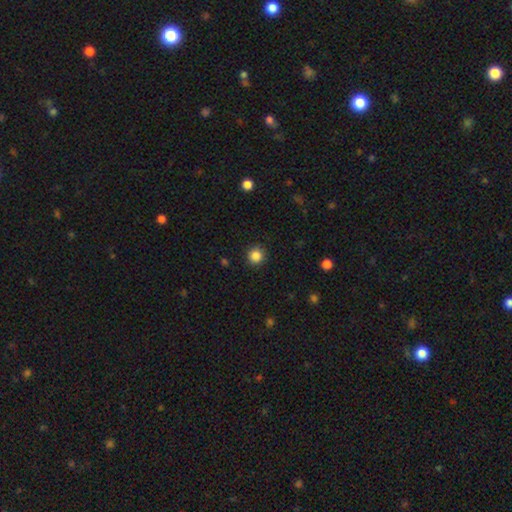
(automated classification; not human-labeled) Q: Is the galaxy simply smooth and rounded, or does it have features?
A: smooth — 86%.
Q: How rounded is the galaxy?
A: round — 95%.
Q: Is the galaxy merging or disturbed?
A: none — 91%.